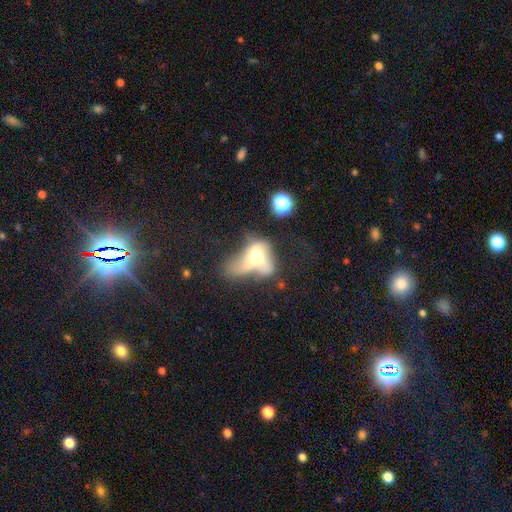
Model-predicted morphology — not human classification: Overall: smooth (47%; featured or disk 40%). Merging: major disturbance (42%; merger 33%).